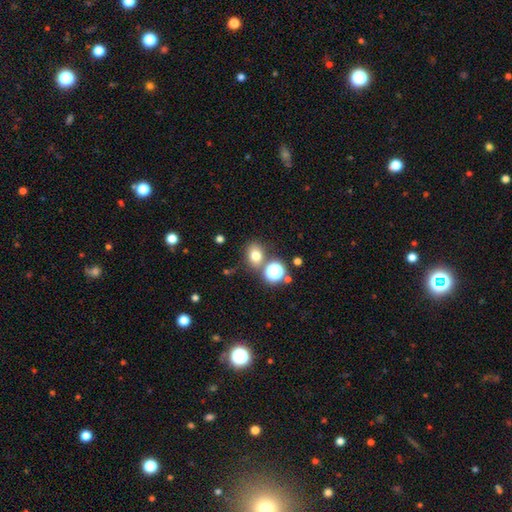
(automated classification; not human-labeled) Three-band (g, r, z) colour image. It shows a smooth galaxy with no disk features (74%) that is round (56%). Merging: none (72%).